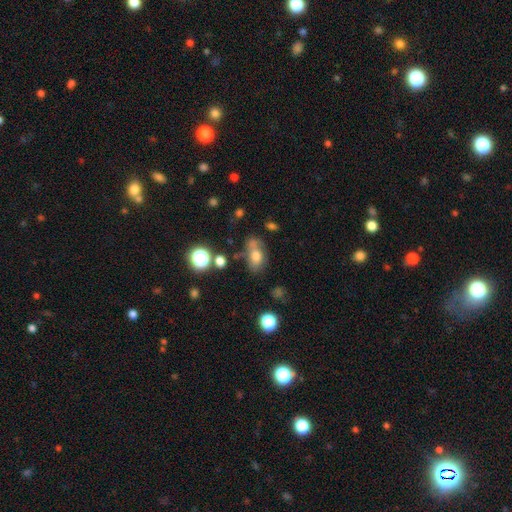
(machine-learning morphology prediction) type=smooth (68%); roundness=in between (80%); merging=none (45%).